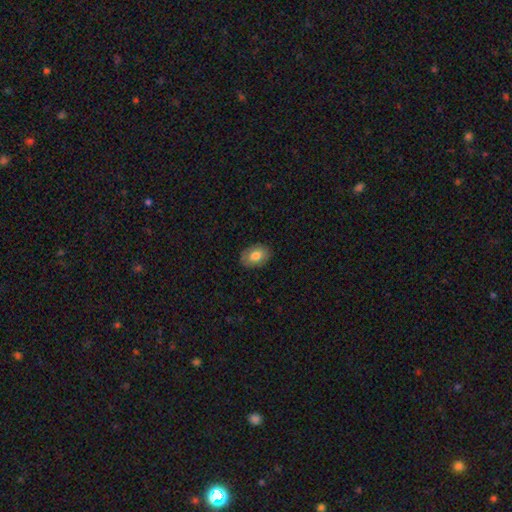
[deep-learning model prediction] Smooth or featured? Predicted: smooth (p=0.79). How rounded? Predicted: in between (p=0.80). Merging? Predicted: none (p=0.87).